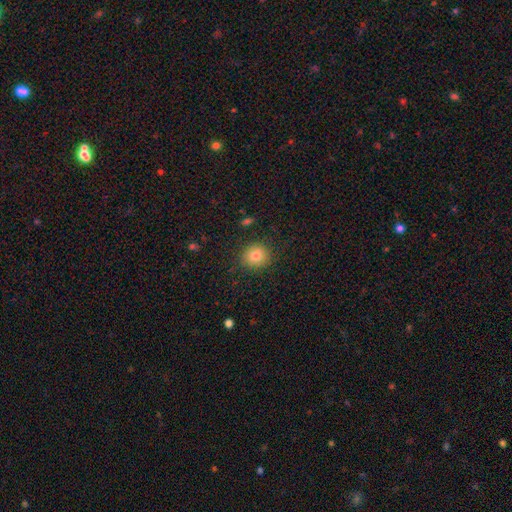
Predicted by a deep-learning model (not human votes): Smooth or featured?
  - smooth: 81% *
  - star or artifact: 11%
  - featured or disk: 8%
How rounded?
  - round: 85% *
  - in between: 14%
  - cigar-shaped: 1%
Merging?
  - none: 88% *
  - minor disturbance: 8%
  - major disturbance: 3%
  - merger: 1%